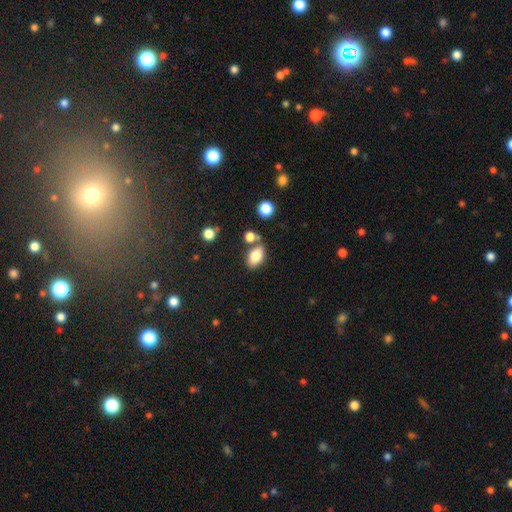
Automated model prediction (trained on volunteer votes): A smooth galaxy with no disk features (82%) that is in between round and cigar-shaped (88%). Merging: none (67%).